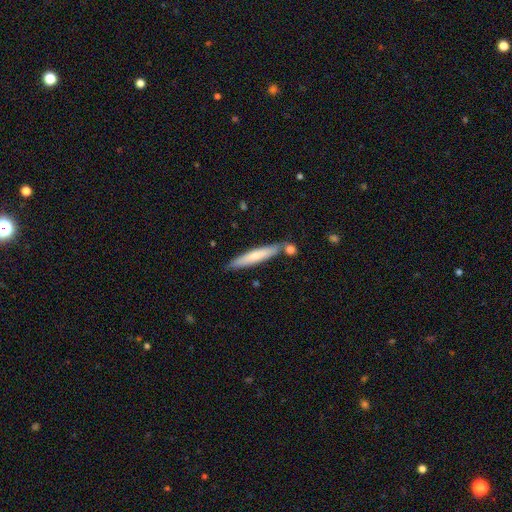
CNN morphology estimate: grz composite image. It shows a smooth galaxy with no disk features (64%) that is cigar-shaped (93%). Merging: none (78%).